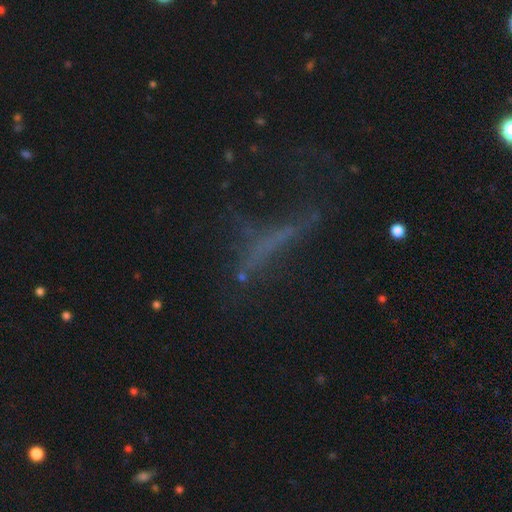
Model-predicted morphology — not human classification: type=featured or disk (38%); merging=none (51%).